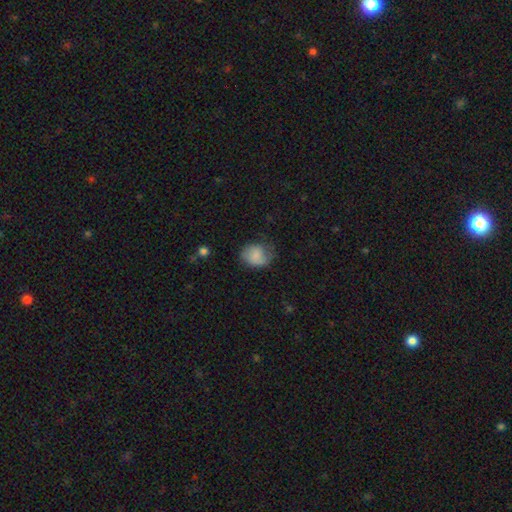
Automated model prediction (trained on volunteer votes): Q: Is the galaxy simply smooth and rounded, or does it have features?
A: smooth — 77%.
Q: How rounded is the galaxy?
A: round — 58%.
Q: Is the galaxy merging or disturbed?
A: none — 57%.